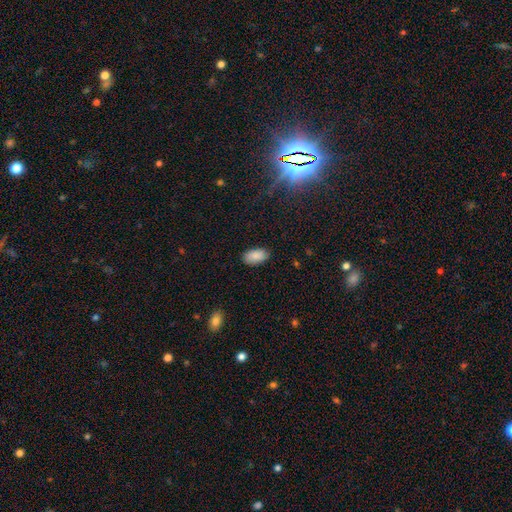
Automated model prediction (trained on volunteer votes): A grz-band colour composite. It shows a smooth galaxy with no disk features (88%) that is in between round and cigar-shaped (95%). Merging: none (85%).